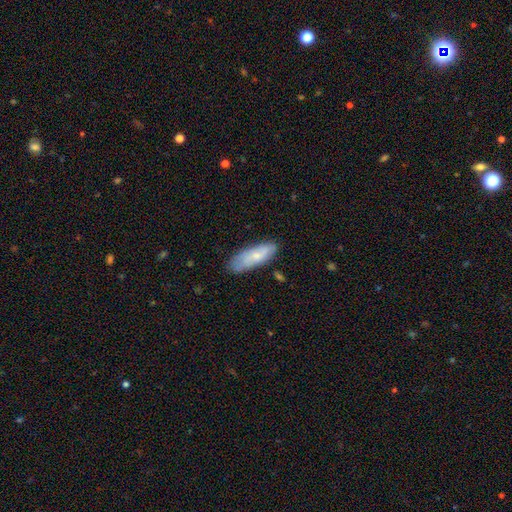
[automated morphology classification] Smooth or featured? smooth (66%)
How rounded? in between (62%)
Merging? none (70%)